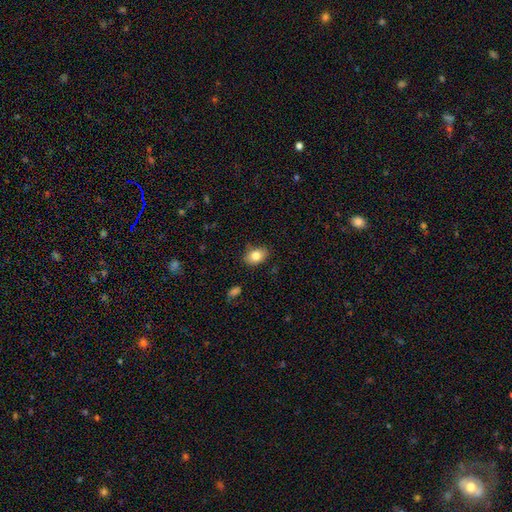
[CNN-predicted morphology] smooth_or_featured: smooth (p=0.81) [alt: featured or disk p=0.11]
how_rounded: in between (p=0.79) [alt: round p=0.19]
merging: none (p=0.81) [alt: minor disturbance p=0.15]